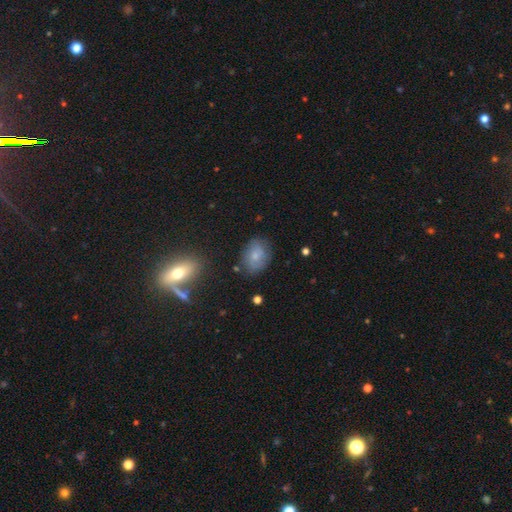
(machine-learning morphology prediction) smooth_or_featured: smooth (p=0.70) [alt: featured or disk p=0.21]
how_rounded: in between (p=0.69) [alt: round p=0.29]
merging: none (p=0.73) [alt: minor disturbance p=0.18]